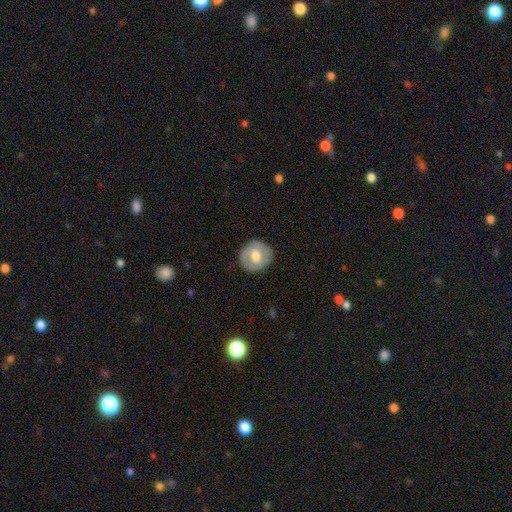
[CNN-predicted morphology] A featured or disk galaxy (47%, tied with smooth). Merging: none (84%).